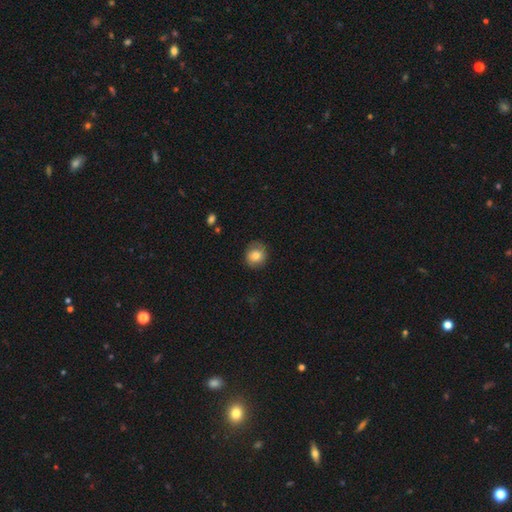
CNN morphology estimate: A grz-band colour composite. It shows a smooth galaxy with no disk features (80%) that is round (81%). Merging: none (79%).